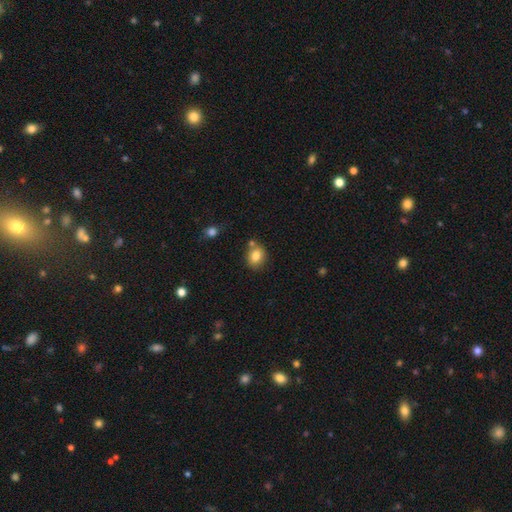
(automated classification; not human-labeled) This is clearly a smooth galaxy (81%). How rounded: likely round (60%). Merging: likely none (70%).